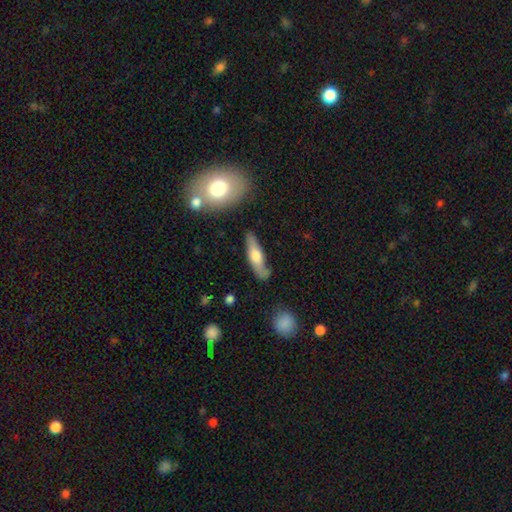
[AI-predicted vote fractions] Q: Smooth or featured?
A: smooth (53%); runner-up: featured or disk (41%)
Q: How rounded?
A: cigar-shaped (64%); runner-up: in between (34%)
Q: Merging?
A: none (68%); runner-up: minor disturbance (21%)